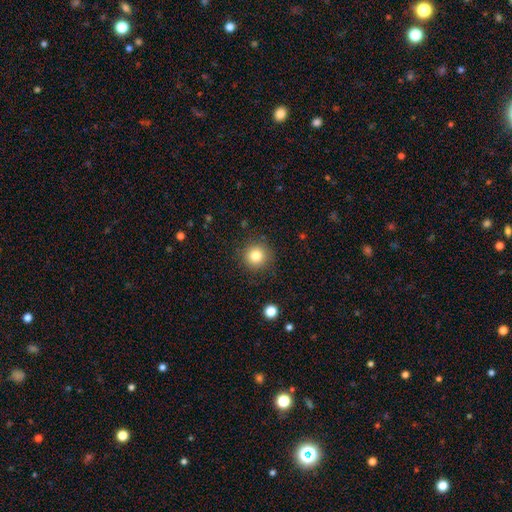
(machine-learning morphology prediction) smooth_or_featured: smooth (p=0.82) [alt: star or artifact p=0.11]
how_rounded: round (p=0.94) [alt: in between p=0.05]
merging: none (p=0.88) [alt: minor disturbance p=0.08]